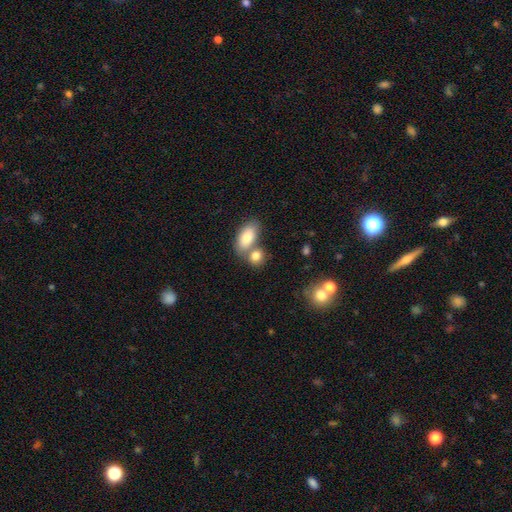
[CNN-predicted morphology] Q: Smooth or featured?
A: smooth (82%); runner-up: featured or disk (10%)
Q: How rounded?
A: in between (66%); runner-up: round (31%)
Q: Merging?
A: merger (45%); runner-up: none (42%)